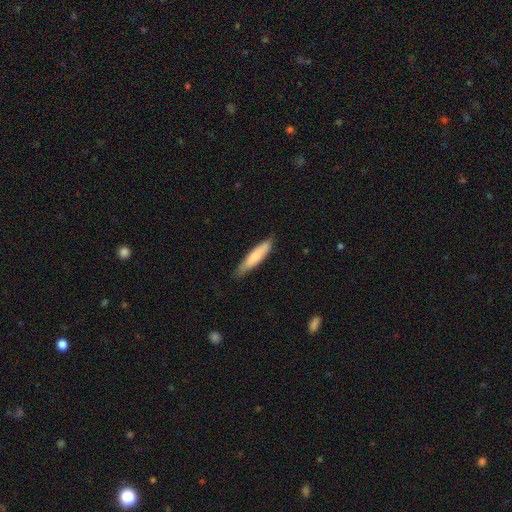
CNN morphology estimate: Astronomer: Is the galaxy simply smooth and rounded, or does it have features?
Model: smooth — 77%.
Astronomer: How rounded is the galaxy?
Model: cigar-shaped — 81%.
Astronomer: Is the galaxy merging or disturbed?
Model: none — 79%.